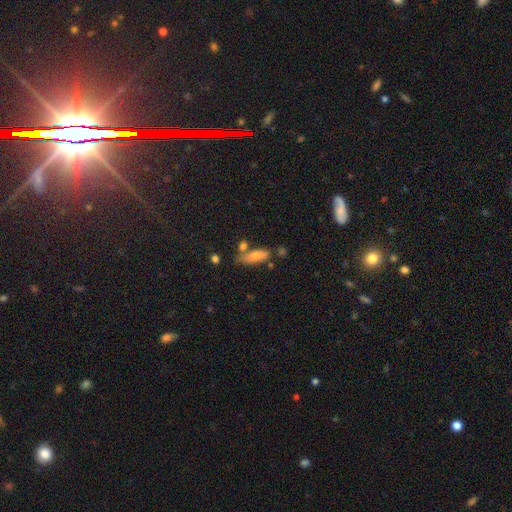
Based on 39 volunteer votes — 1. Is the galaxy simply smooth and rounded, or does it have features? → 74% smooth, 15% featured or disk, 10% star or artifact.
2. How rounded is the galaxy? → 76% in between, 24% cigar-shaped, 0% round.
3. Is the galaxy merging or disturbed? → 37% none, 29% minor disturbance, 26% merger, 9% major disturbance.